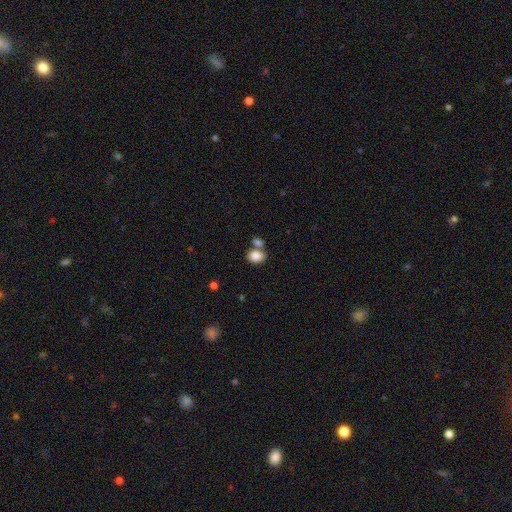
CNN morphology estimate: A smooth galaxy with no disk features (85%) that is round (53%). Merging: none (54%).